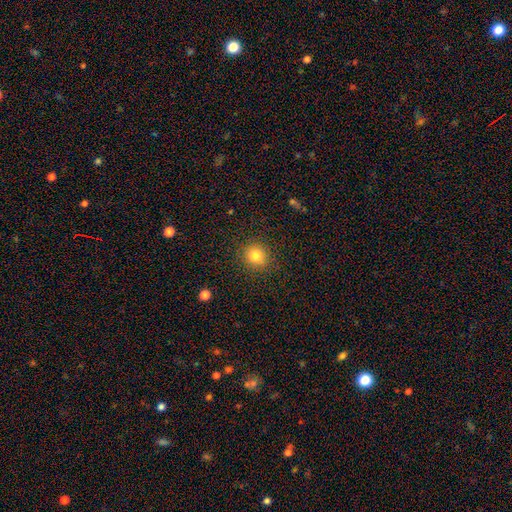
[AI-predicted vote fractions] Smooth or featured?
  - smooth: 81% *
  - star or artifact: 12%
  - featured or disk: 7%
How rounded?
  - round: 85% *
  - in between: 14%
  - cigar-shaped: 1%
Merging?
  - none: 89% *
  - minor disturbance: 8%
  - major disturbance: 3%
  - merger: 1%